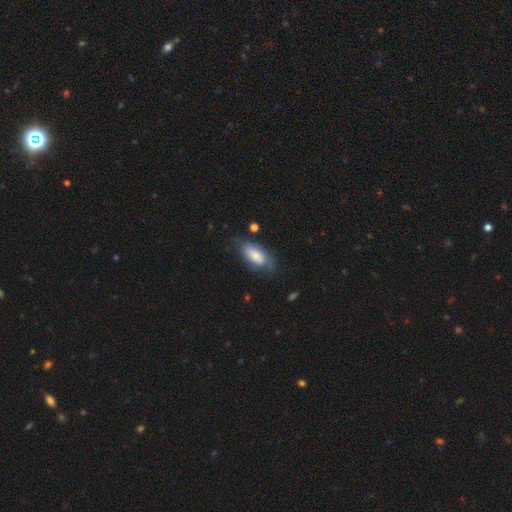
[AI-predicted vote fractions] Smooth or featured? smooth (73%)
How rounded? in between (86%)
Merging? none (60%)